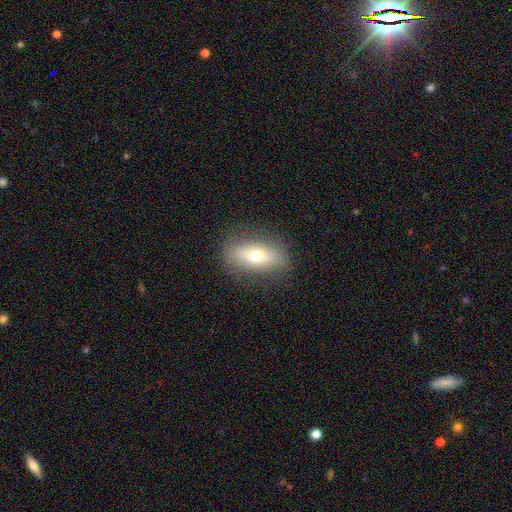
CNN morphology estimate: Overall: smooth (56%; featured or disk 35%). How rounded: in between (73%). Merging: none (84%).